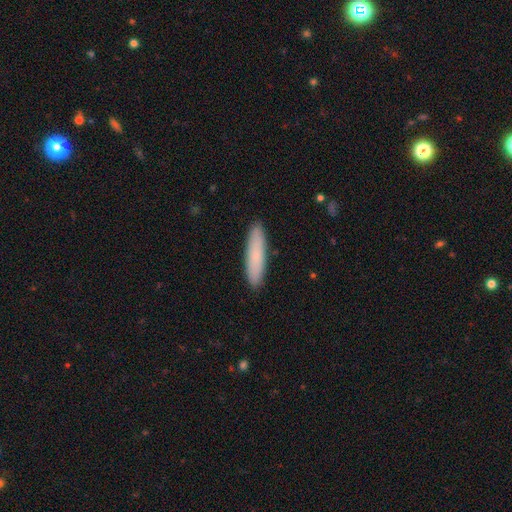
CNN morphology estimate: Smooth or featured? Predicted: smooth (p=0.79). How rounded? Predicted: cigar-shaped (p=0.84). Merging? Predicted: none (p=0.91).